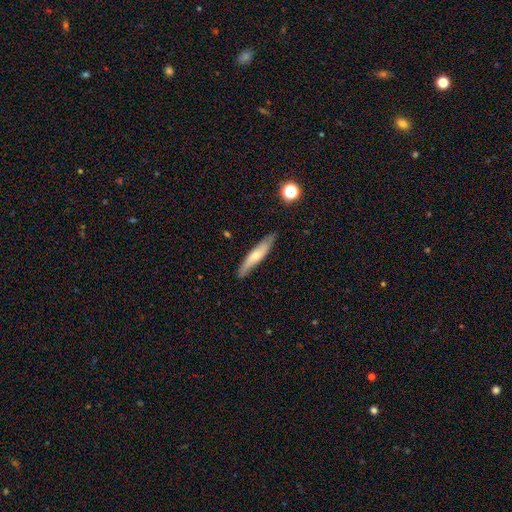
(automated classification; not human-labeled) The model was most divided on "smooth or featured": smooth: 54%, featured or disk: 40%, star or artifact: 6%. More confident: how rounded — cigar-shaped (84%); merging — none (81%).